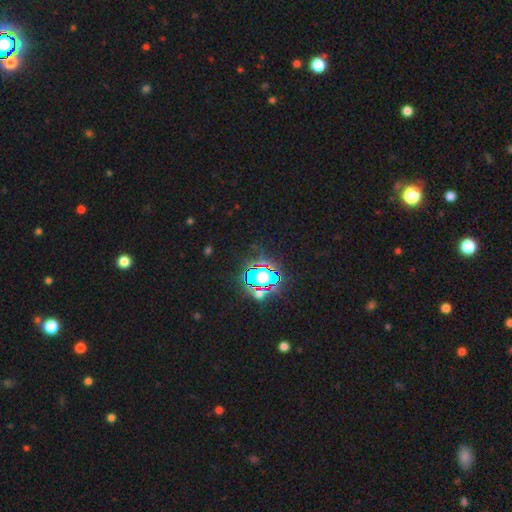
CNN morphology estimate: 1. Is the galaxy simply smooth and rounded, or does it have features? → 82% star or artifact, 11% smooth, 7% featured or disk.